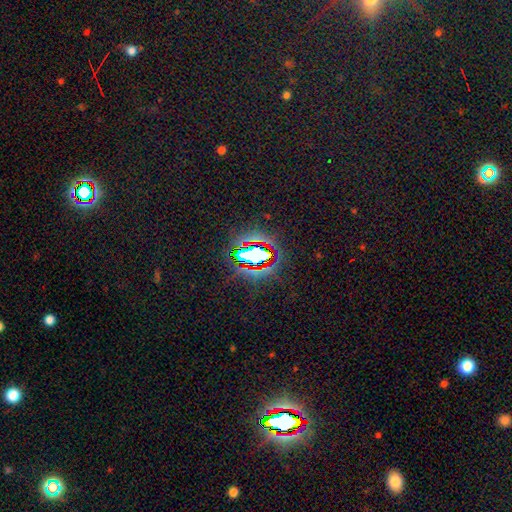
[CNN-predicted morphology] Overall: star or artifact (61%; smooth 23%).